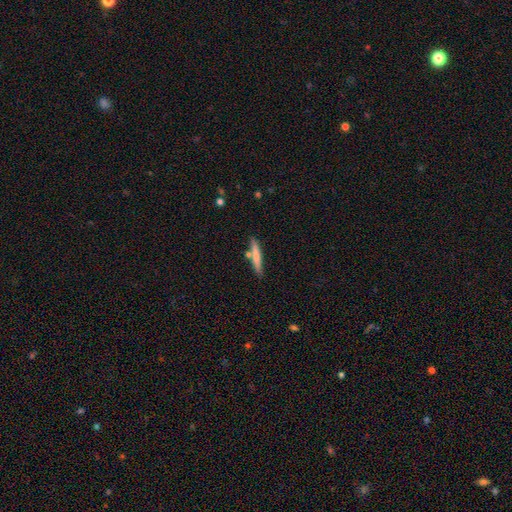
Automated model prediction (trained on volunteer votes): Q: Smooth or featured?
A: smooth (69%); runner-up: featured or disk (25%)
Q: How rounded?
A: cigar-shaped (93%); runner-up: in between (5%)
Q: Merging?
A: none (79%); runner-up: minor disturbance (11%)